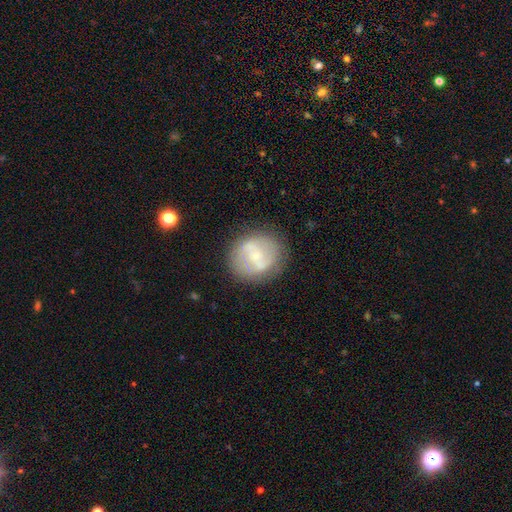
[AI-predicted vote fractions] smooth-or-featured: featured or disk: 59% | smooth: 33% | star or artifact: 7%
  disk-edge-on: no: 97% | yes: 3%
    bar: weak: 45% | no: 32% | strong: 22%
    has-spiral-arms: yes: 63% | no: 37%
    bulge-size: small: 64% | moderate: 24% | none: 8% | large: 2% | dominant: 1%
  merging: none: 75% | minor disturbance: 15% | major disturbance: 7% | merger: 2%